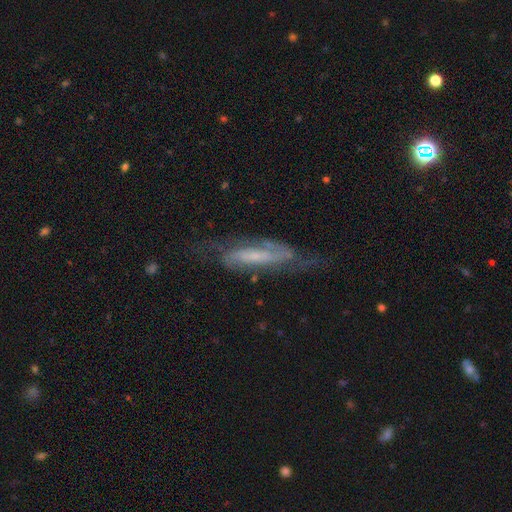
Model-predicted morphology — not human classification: A featured or disk galaxy (77%) with a weak bar (38%), 2 (73%) medium (45%) spiral arms (91%) and a small central bulge (58%).

Vote fractions:
- Smooth or featured? featured or disk: 77% / smooth: 16% / star or artifact: 7%
- Edge-on disk? no: 75% / yes: 25%
- Bar? weak: 38% / no: 37% / strong: 25%
- Spiral arms? yes: 91% / no: 9%
- Spiral winding? medium: 45% / tight: 32% / loose: 22%
- Spiral arm count? 2: 73% / can't tell: 16% / 1: 4% / 3: 4% / 4: 2% / more than 4: 2%
- Bulge size? small: 58% / moderate: 20% / none: 18% / large: 3% / dominant: 1%
- Merging? none: 61% / minor disturbance: 21% / major disturbance: 15% / merger: 2%